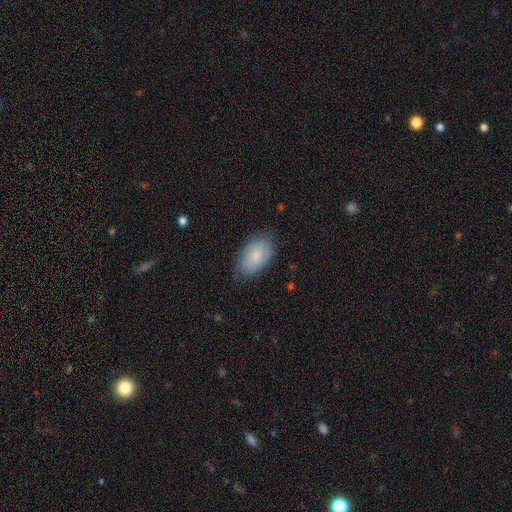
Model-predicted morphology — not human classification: Smooth or featured? Predicted: smooth (p=0.78). How rounded? Predicted: in between (p=0.93). Merging? Predicted: none (p=0.74).